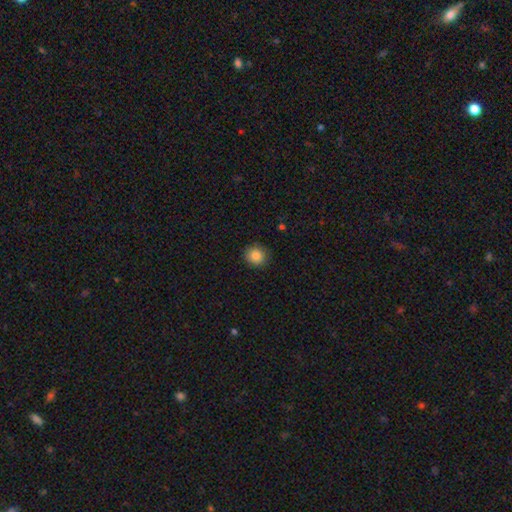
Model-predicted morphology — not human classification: Smooth or featured?
  - smooth: 86% *
  - star or artifact: 10%
  - featured or disk: 4%
How rounded?
  - round: 89% *
  - in between: 10%
  - cigar-shaped: 1%
Merging?
  - none: 90% *
  - minor disturbance: 7%
  - major disturbance: 2%
  - merger: 1%